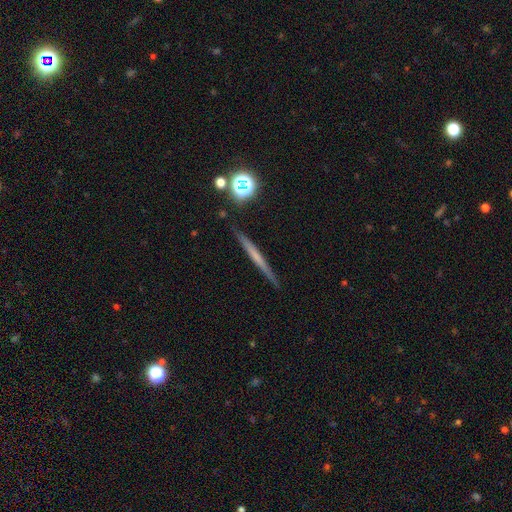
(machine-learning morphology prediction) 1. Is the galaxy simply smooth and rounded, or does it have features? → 49% featured or disk, 42% smooth, 9% star or artifact.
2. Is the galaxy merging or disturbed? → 90% none, 7% minor disturbance, 2% major disturbance, 2% merger.